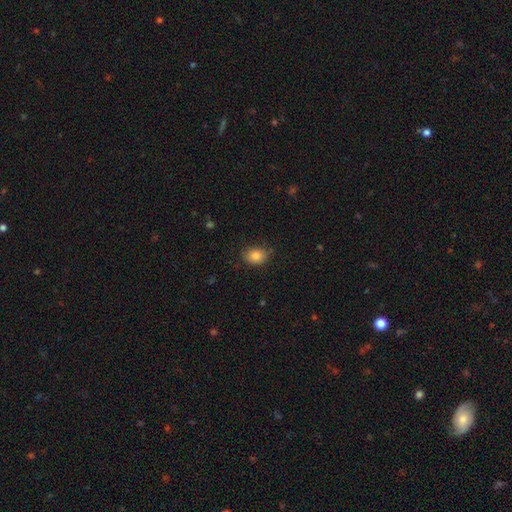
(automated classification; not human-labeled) smooth 85%, star or artifact 9%, featured or disk 6%. Down the decision tree: how rounded — in between (66%); merging — none (80%).